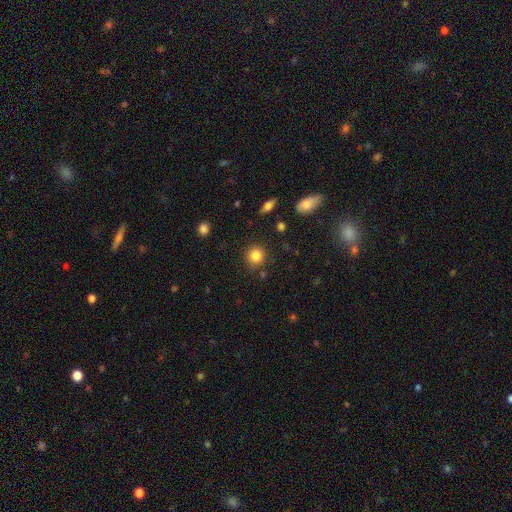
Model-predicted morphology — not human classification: Smooth or featured? Predicted: smooth (p=0.83). How rounded? Predicted: round (p=0.91). Merging? Predicted: none (p=0.85).